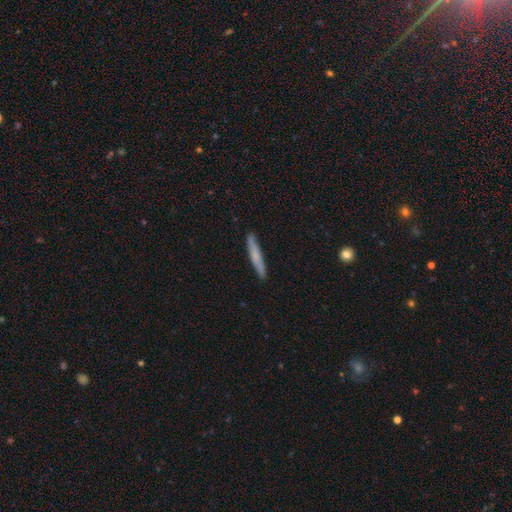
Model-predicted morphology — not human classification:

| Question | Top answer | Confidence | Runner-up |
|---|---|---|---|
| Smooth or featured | smooth | 60% | featured or disk (35%) |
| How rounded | cigar-shaped | 95% | in between (4%) |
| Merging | none | 88% | minor disturbance (9%) |